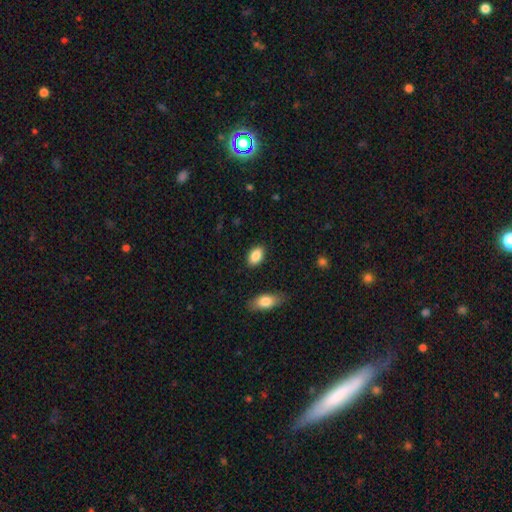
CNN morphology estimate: smooth 87%, star or artifact 7%, featured or disk 6%. Down the decision tree: how rounded — in between (90%); merging — none (87%).